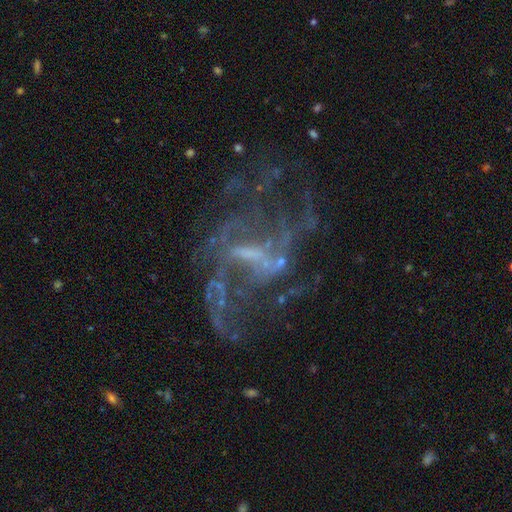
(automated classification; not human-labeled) This appears to be a featured or disk galaxy (78%) with a weak bar (46%), loose (54%) spiral arms (72%) and a small central bulge (40%). Merging: none (45%).